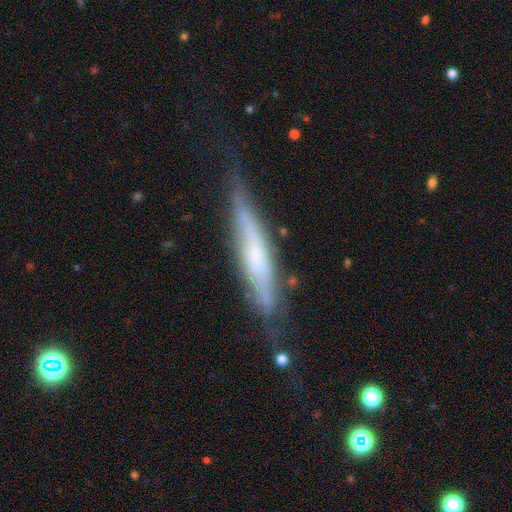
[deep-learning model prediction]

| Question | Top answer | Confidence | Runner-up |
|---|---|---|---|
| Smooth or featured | featured or disk | 61% | smooth (32%) |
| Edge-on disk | yes | 82% | no (18%) |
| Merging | none | 61% | minor disturbance (28%) |